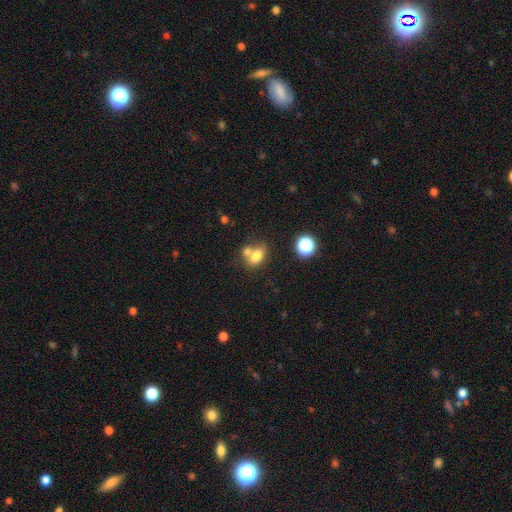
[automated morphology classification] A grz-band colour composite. It shows a smooth galaxy with no disk features (75%) that is in between round and cigar-shaped (77%). Merging: merger (44%).